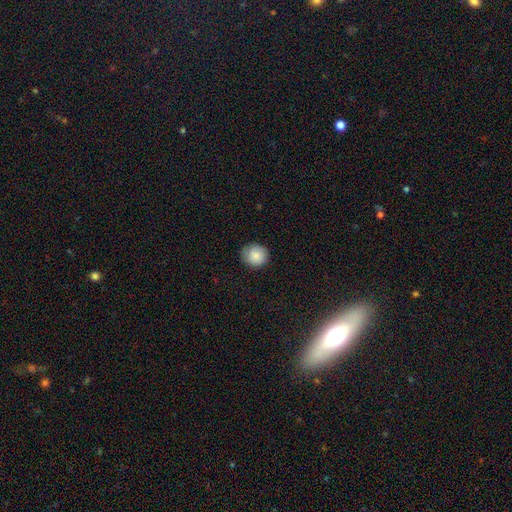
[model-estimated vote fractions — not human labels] Smooth or featured? Predicted: smooth (p=0.86). How rounded? Predicted: round (p=0.88). Merging? Predicted: none (p=0.81).